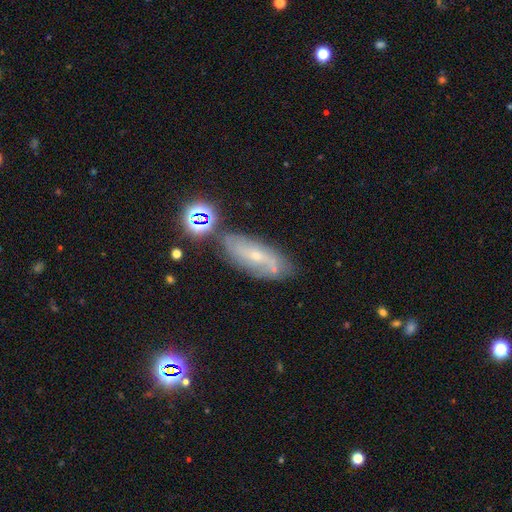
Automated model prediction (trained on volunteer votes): Smooth or featured?
  - featured or disk: 67% *
  - smooth: 20%
  - star or artifact: 13%
Edge-on disk?
  - no: 86% *
  - yes: 14%
Bar?
  - no: 51% *
  - weak: 37%
  - strong: 12%
Spiral arms?
  - yes: 85% *
  - no: 15%
Bulge size?
  - small: 73% *
  - moderate: 23%
  - none: 2%
  - large: 1%
  - dominant: 1%
Merging?
  - none: 69% *
  - minor disturbance: 19%
  - merger: 7%
  - major disturbance: 6%